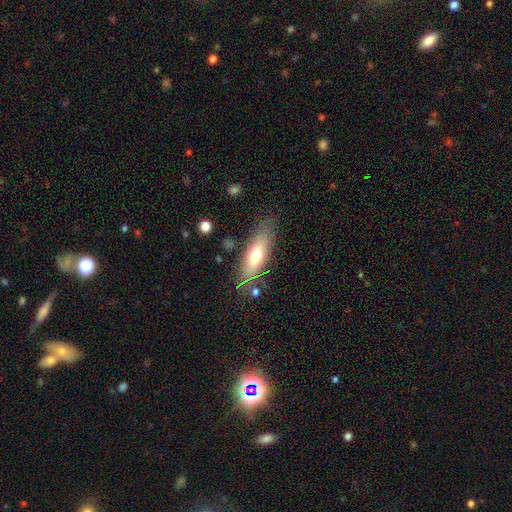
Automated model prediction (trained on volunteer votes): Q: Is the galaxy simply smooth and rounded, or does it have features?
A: smooth — 63%.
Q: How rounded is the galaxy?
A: in between — 56%.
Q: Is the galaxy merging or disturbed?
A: none — 77%.